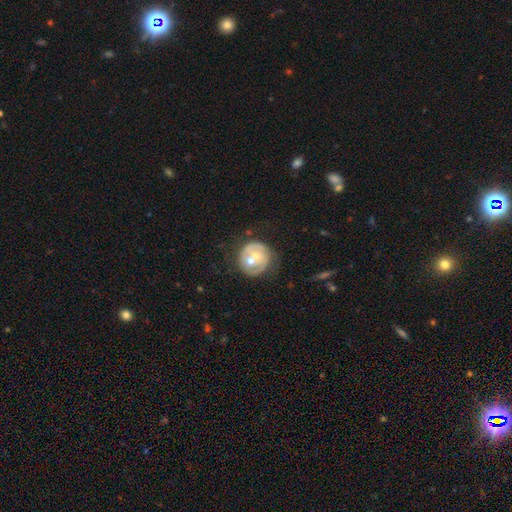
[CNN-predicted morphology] This appears to be a featured or disk galaxy (59%) with no bar (77%), spiral arms (52%) and a moderate central bulge (62%). Merging: none (47%).